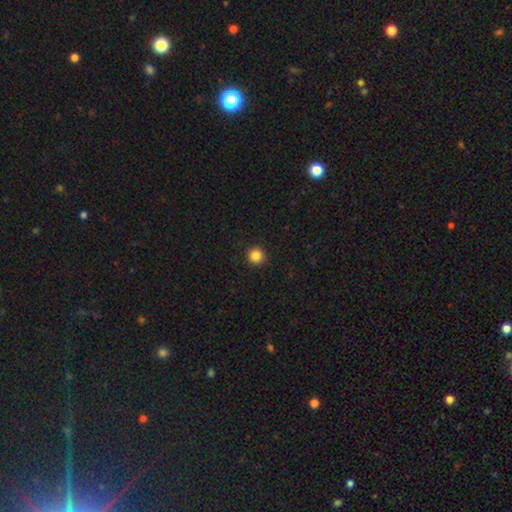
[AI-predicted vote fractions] A smooth galaxy with no disk features (86%) that is round (96%). Merging: none (93%).